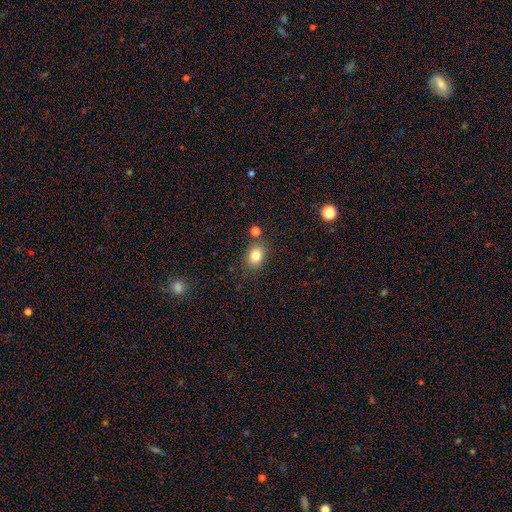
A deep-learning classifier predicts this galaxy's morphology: Smooth or featured? smooth (81%)
How rounded? in between (52%)
Merging? none (77%)